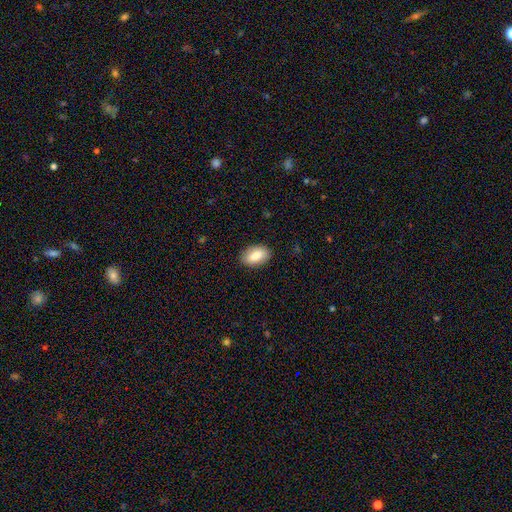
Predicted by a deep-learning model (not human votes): Smooth or featured: smooth — 84% (featured or disk — 9%)
How rounded: in between — 92% (round — 6%)
Merging: none — 88% (minor disturbance — 9%)